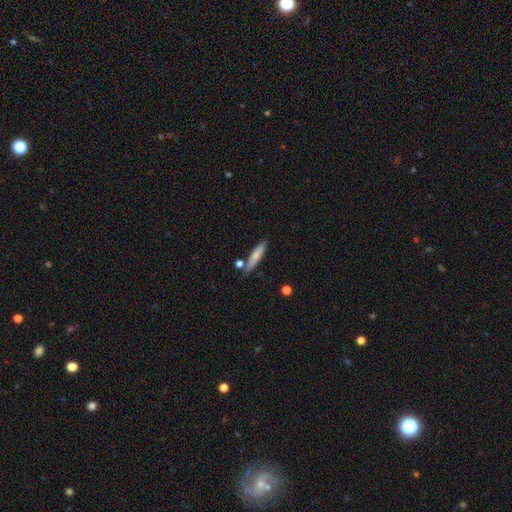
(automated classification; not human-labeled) Smooth or featured? smooth (71%)
How rounded? cigar-shaped (81%)
Merging? none (75%)